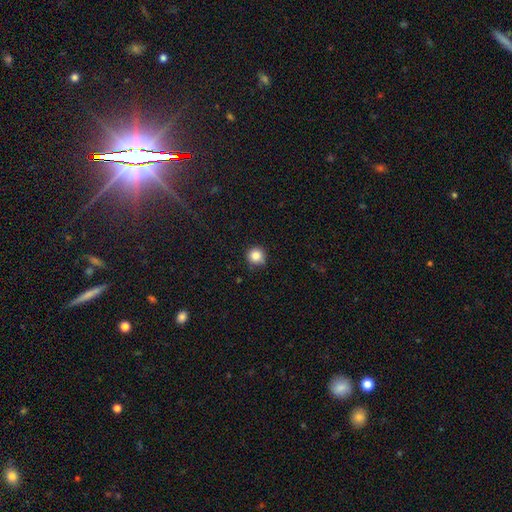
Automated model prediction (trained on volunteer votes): This appears to be a smooth galaxy with no disk features (86%) that is round (93%). Merging: none (81%).